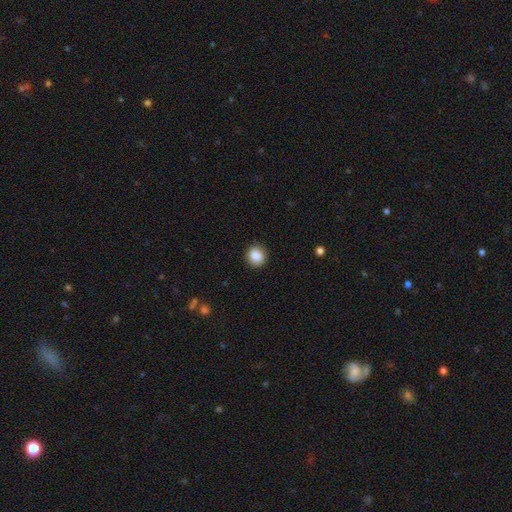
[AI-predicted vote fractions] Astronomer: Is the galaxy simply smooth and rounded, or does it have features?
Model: smooth — 86%.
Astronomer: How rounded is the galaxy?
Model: round — 87%.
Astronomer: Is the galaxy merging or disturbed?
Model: none — 91%.